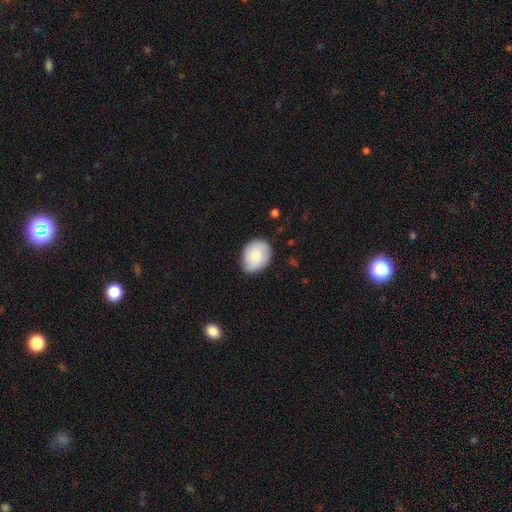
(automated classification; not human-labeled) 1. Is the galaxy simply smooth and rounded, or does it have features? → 79% smooth, 15% featured or disk, 6% star or artifact.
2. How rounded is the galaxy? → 60% in between, 39% round, 1% cigar-shaped.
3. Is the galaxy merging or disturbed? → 79% none, 17% minor disturbance, 3% major disturbance, 1% merger.